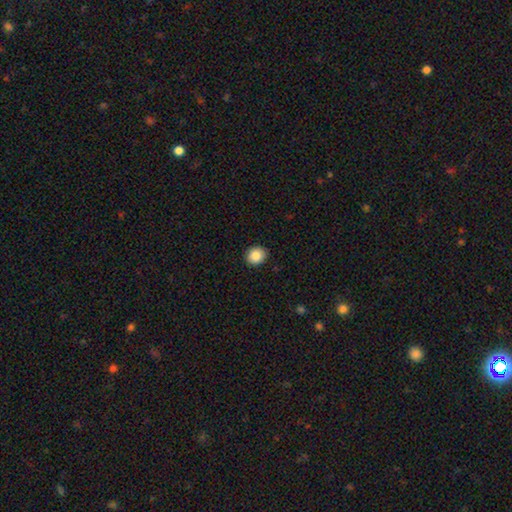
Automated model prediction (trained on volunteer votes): Q: Smooth or featured?
A: smooth (87%); runner-up: star or artifact (9%)
Q: How rounded?
A: round (78%); runner-up: in between (21%)
Q: Merging?
A: none (90%); runner-up: minor disturbance (7%)